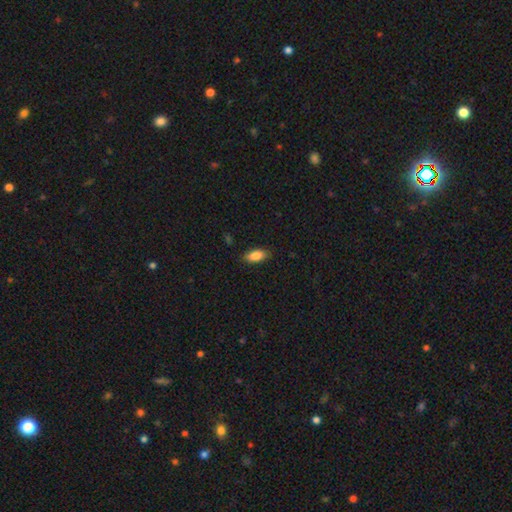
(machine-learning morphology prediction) Smooth or featured? smooth (87%)
How rounded? in between (88%)
Merging? none (85%)